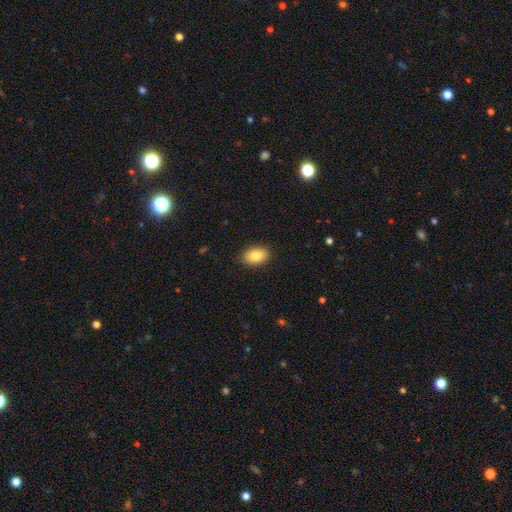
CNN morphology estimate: A smooth galaxy with no disk features (84%) that is in between round and cigar-shaped (85%).

Vote fractions:
- Smooth or featured? smooth: 84% / featured or disk: 8% / star or artifact: 8%
- How rounded? in between: 85% / round: 13% / cigar-shaped: 1%
- Merging? none: 88% / minor disturbance: 9% / major disturbance: 2% / merger: 1%